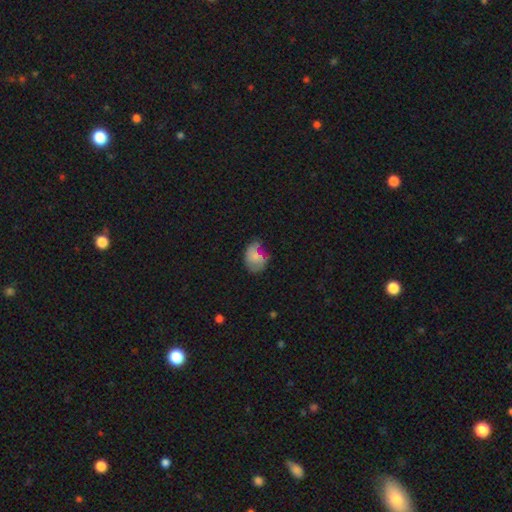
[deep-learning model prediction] This appears to be a smooth galaxy with no disk features (66%) that is in between round and cigar-shaped (62%). Merging: none (42%).